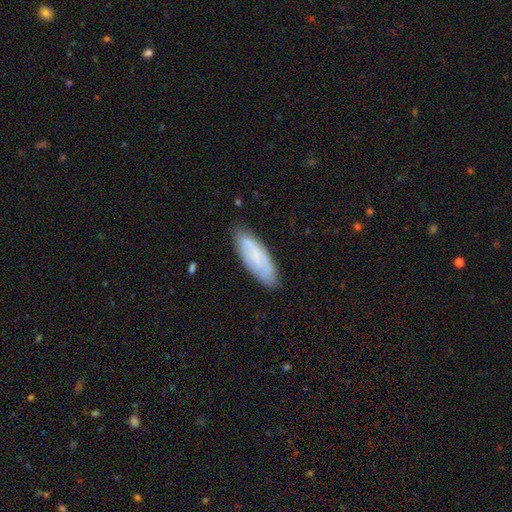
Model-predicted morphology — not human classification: Q: Smooth or featured?
A: smooth (58%); runner-up: featured or disk (35%)
Q: How rounded?
A: in between (57%); runner-up: cigar-shaped (42%)
Q: Merging?
A: none (82%); runner-up: minor disturbance (14%)